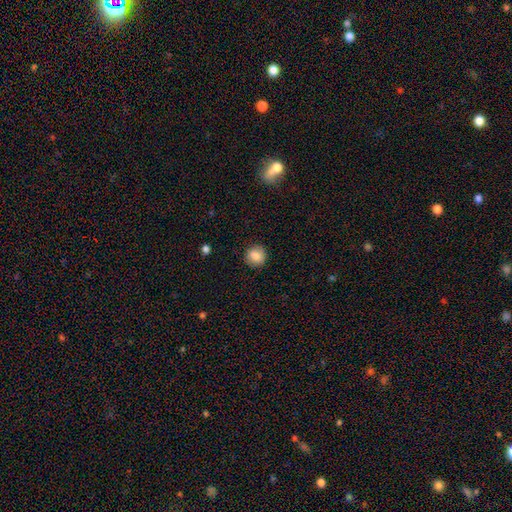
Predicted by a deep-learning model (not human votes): A smooth galaxy with no disk features (85%) that is round (88%).

Vote fractions:
- Smooth or featured? smooth: 85% / star or artifact: 9% / featured or disk: 6%
- How rounded? round: 88% / in between: 11% / cigar-shaped: 1%
- Merging? none: 89% / minor disturbance: 8% / major disturbance: 2% / merger: 1%